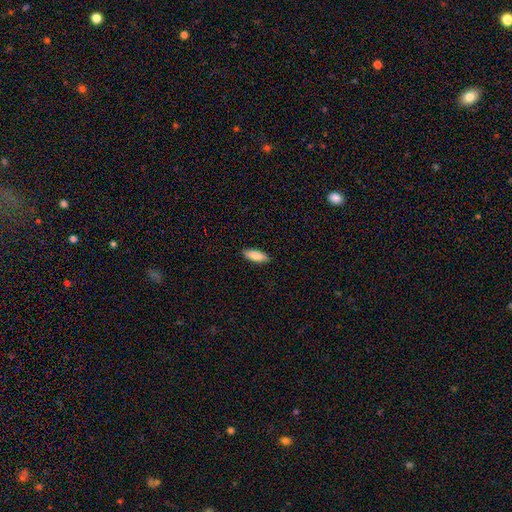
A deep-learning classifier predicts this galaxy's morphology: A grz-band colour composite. It shows a smooth galaxy with no disk features (86%) that is in between round and cigar-shaped (65%). Merging: none (89%).